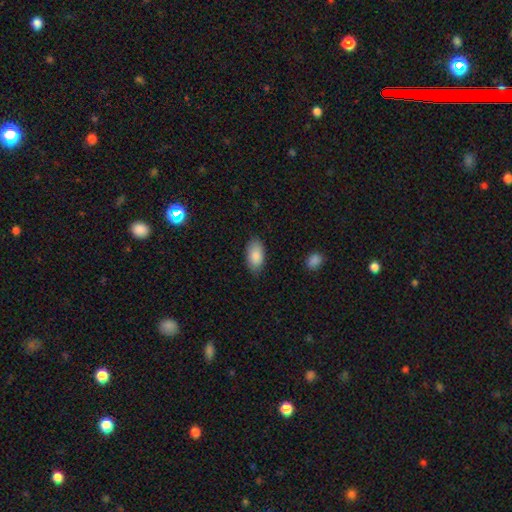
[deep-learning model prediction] A smooth galaxy with no disk features (87%) that is in between round and cigar-shaped (94%).

Vote fractions:
- Smooth or featured? smooth: 87% / featured or disk: 7% / star or artifact: 6%
- How rounded? in between: 94% / cigar-shaped: 3% / round: 3%
- Merging? none: 82% / minor disturbance: 14% / major disturbance: 3% / merger: 1%